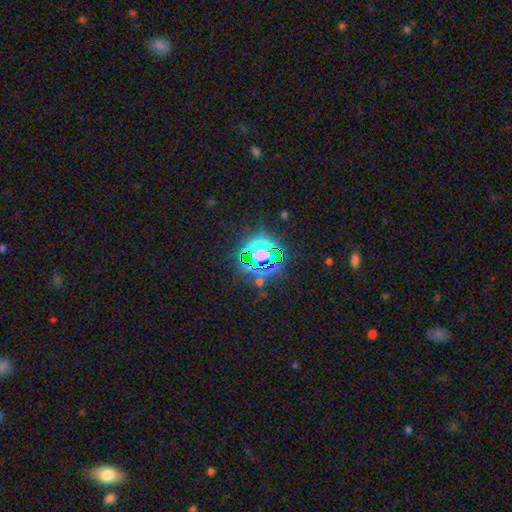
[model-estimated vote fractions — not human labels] Smooth or featured: star or artifact — 68% (smooth — 21%)